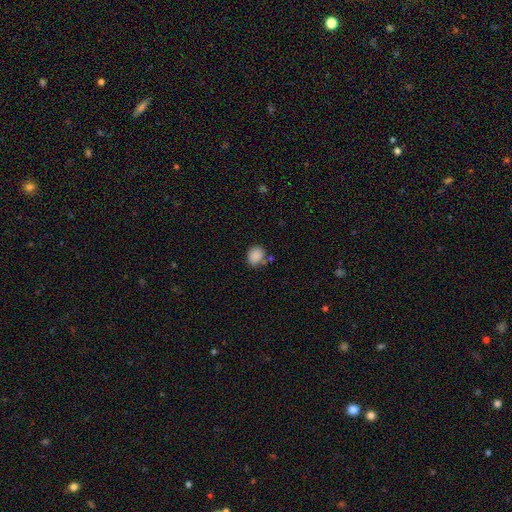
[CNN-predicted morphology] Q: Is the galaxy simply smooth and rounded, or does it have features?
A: smooth — 87%.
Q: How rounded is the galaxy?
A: round — 59%.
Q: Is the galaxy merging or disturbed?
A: none — 68%.